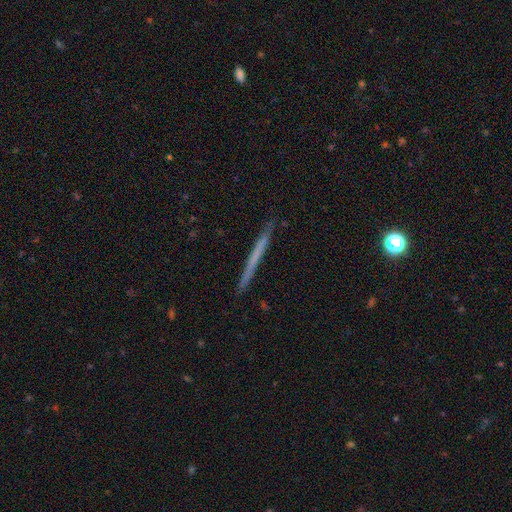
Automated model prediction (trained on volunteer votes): A smooth galaxy with no disk features (47%, tied with featured or disk). Merging: none (91%).